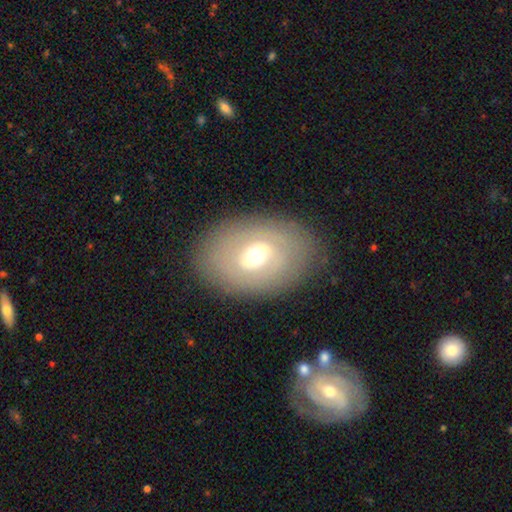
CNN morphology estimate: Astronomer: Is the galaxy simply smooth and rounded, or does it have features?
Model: featured or disk — 58% (runner-up: smooth, 33%).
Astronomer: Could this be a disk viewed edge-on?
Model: no — 92%.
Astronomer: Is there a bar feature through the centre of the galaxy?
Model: no — 46% (runner-up: weak, 40%).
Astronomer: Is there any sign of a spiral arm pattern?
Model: no — 56% (runner-up: yes, 44%).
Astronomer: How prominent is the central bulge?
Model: moderate — 65%.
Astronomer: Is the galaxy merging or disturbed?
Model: none — 84%.